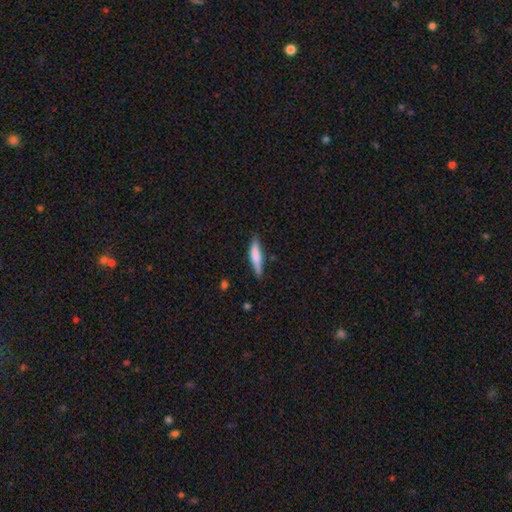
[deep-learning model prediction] Overall: smooth (65%; featured or disk 29%). How rounded: cigar-shaped (80%). Merging: none (77%).